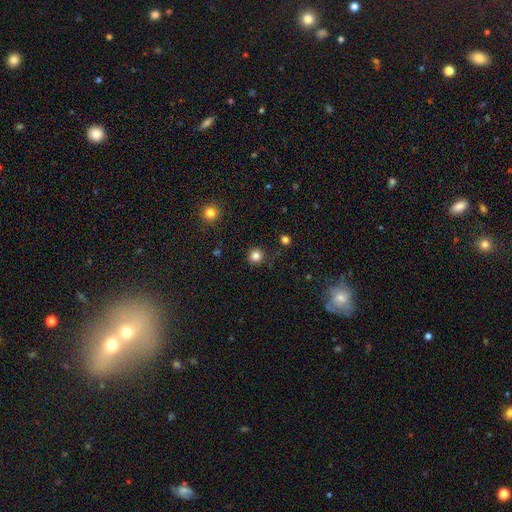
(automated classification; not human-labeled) Overall: smooth (82%). How rounded: round (93%). Merging: none (89%).